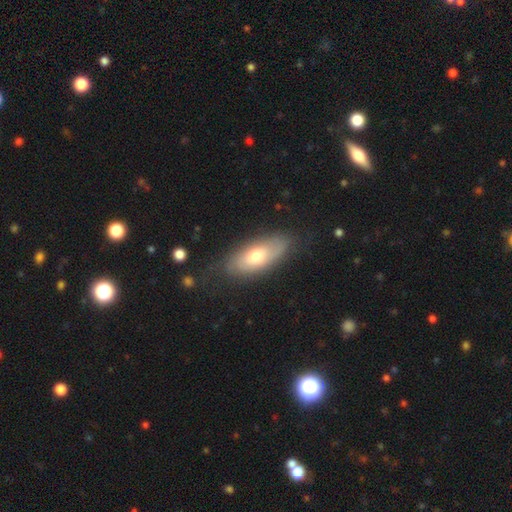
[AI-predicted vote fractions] Morphology: type=smooth (53%); roundness=in between (83%); merging=none (72%).